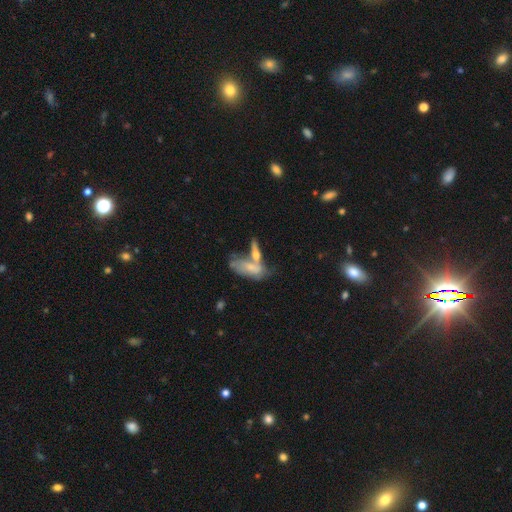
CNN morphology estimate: Q: Smooth or featured?
A: featured or disk (46%); runner-up: smooth (43%)
Q: Merging?
A: merger (44%); runner-up: none (33%)